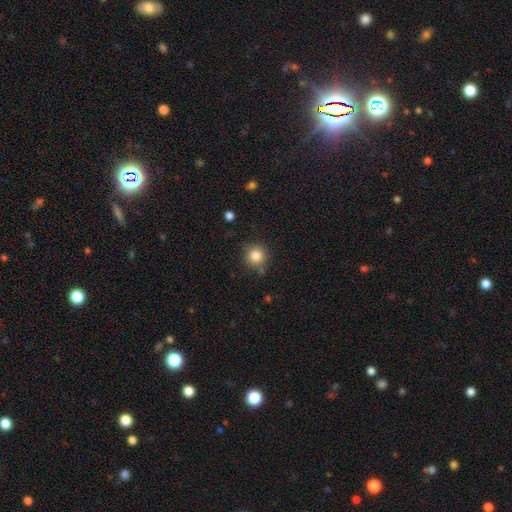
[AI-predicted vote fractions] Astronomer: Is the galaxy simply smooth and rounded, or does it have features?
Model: smooth — 84%.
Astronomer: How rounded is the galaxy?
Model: round — 92%.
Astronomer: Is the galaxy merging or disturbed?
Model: none — 80%.